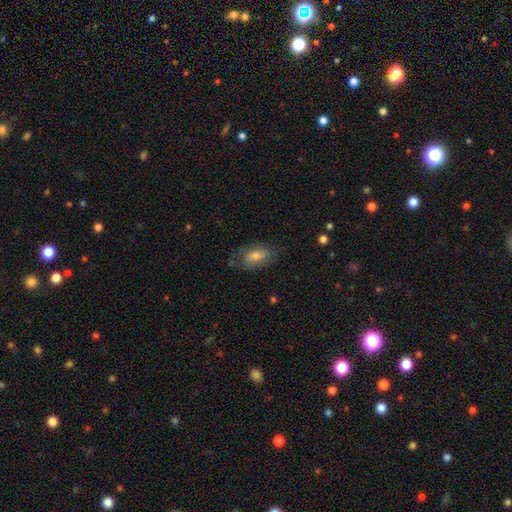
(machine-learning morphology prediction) Smooth or featured? smooth (66%)
How rounded? in between (88%)
Merging? none (68%)